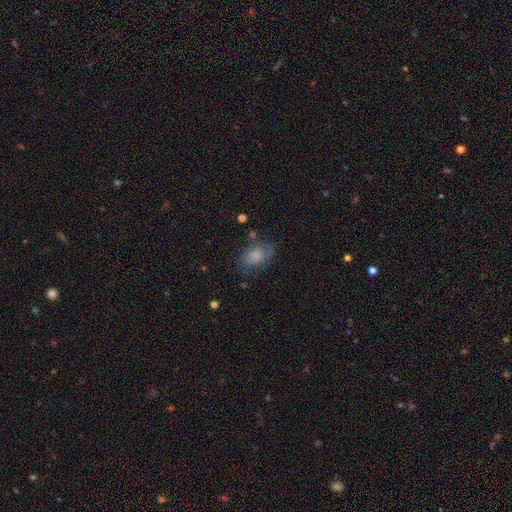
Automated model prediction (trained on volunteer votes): Smooth or featured: smooth — 75% (featured or disk — 16%)
How rounded: in between — 79% (round — 19%)
Merging: none — 64% (minor disturbance — 23%)